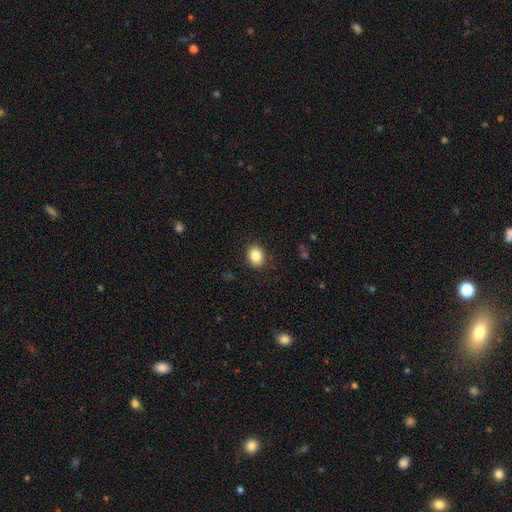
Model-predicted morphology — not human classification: Overall: smooth (86%). How rounded: in between (55%; round 45%). Merging: none (89%).